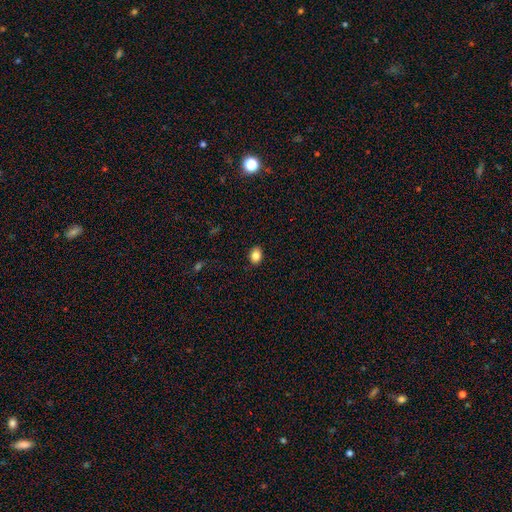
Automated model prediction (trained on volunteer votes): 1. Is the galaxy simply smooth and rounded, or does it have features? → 84% smooth, 9% star or artifact, 6% featured or disk.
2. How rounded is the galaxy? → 69% in between, 30% round, 1% cigar-shaped.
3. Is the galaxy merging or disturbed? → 87% none, 10% minor disturbance, 2% major disturbance, 1% merger.